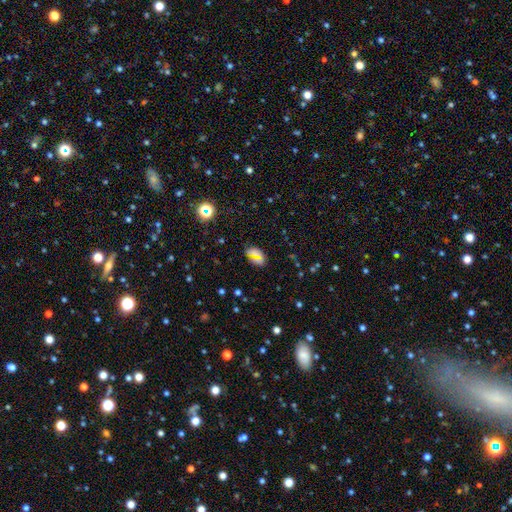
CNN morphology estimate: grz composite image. It shows a smooth galaxy with no disk features (51%) that is in between round and cigar-shaped (73%). Merging: none (67%).